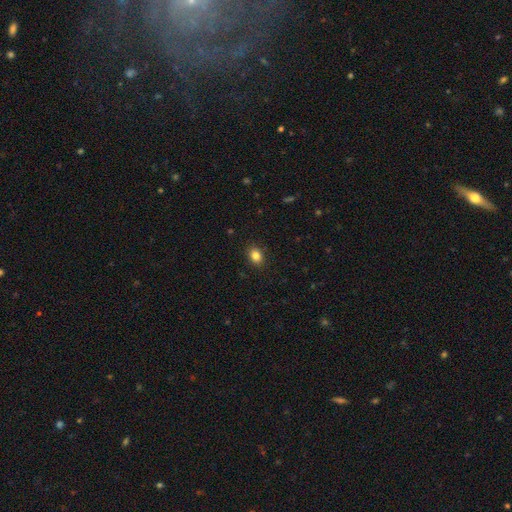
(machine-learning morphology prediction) This appears to be a smooth galaxy with no disk features (84%) that is in between round and cigar-shaped (58%). Merging: none (89%).